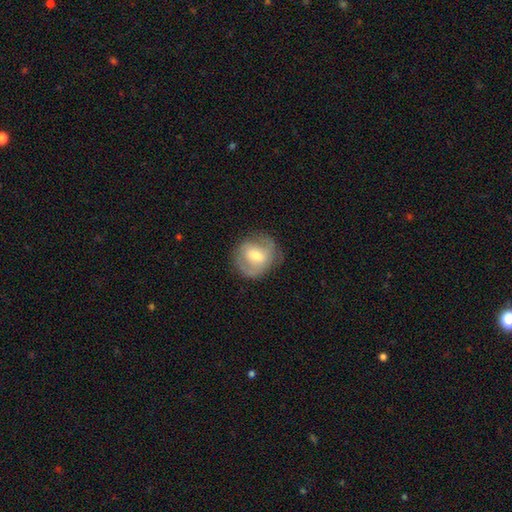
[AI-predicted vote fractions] Smooth or featured?
  - featured or disk: 48% *
  - smooth: 45%
  - star or artifact: 7%
Merging?
  - none: 67% *
  - minor disturbance: 22%
  - major disturbance: 10%
  - merger: 1%